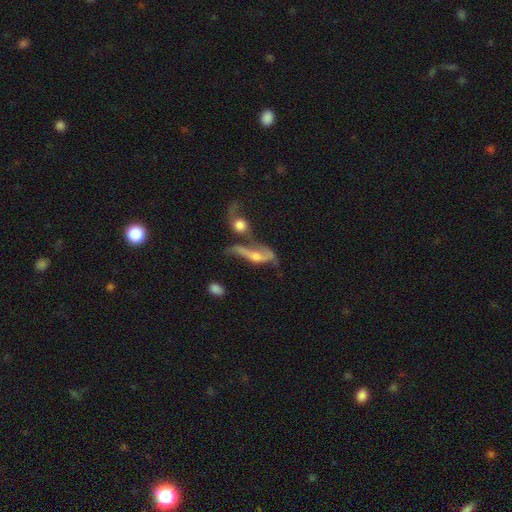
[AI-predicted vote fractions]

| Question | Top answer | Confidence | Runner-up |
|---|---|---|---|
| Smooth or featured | featured or disk | 60% | smooth (29%) |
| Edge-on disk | no | 64% | yes (36%) |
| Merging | merger | 44% | major disturbance (22%) |